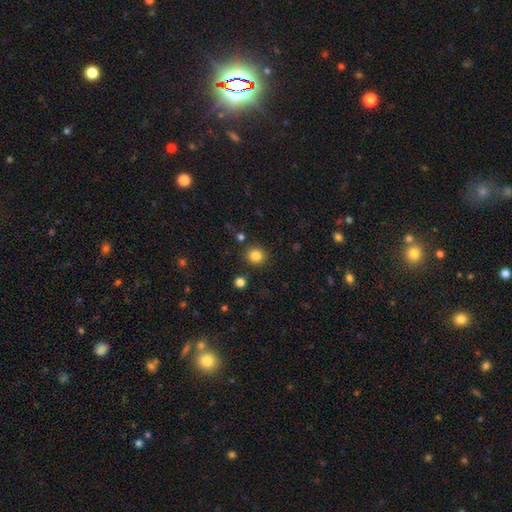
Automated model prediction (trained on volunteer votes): Smooth or featured: smooth — 84% (star or artifact — 12%)
How rounded: round — 87% (in between — 12%)
Merging: none — 87% (minor disturbance — 7%)